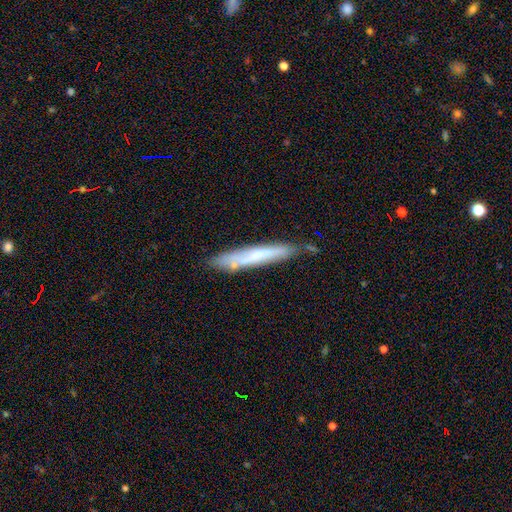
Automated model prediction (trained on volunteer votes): Morphology: type=smooth (53%); roundness=cigar-shaped (92%); merging=none (71%).